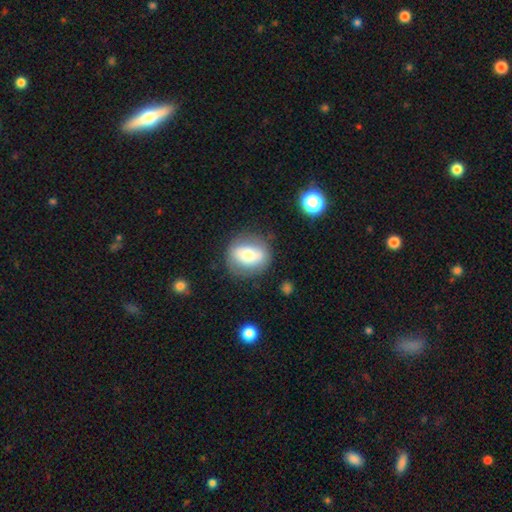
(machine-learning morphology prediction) type=smooth (59%); roundness=round (61%); merging=none (78%).